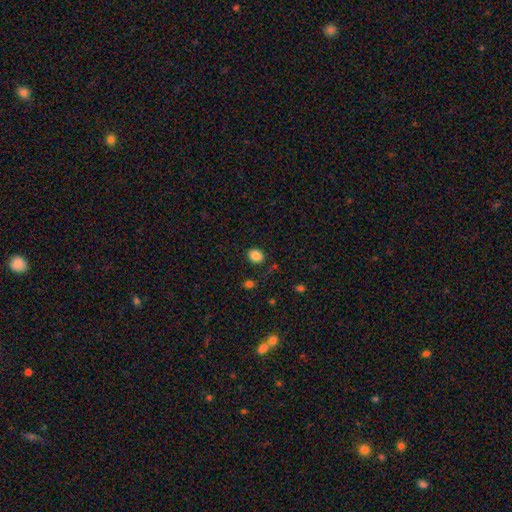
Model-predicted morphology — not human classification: smooth_or_featured: smooth (p=0.86) [alt: star or artifact p=0.10]
how_rounded: round (p=0.55) [alt: in between p=0.44]
merging: none (p=0.84) [alt: minor disturbance p=0.10]